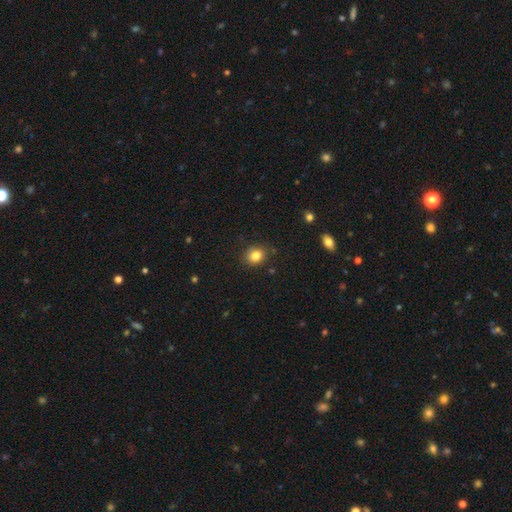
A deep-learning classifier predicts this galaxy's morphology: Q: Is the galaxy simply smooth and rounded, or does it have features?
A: smooth — 83%.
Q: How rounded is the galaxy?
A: round — 71%.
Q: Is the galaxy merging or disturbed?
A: none — 86%.